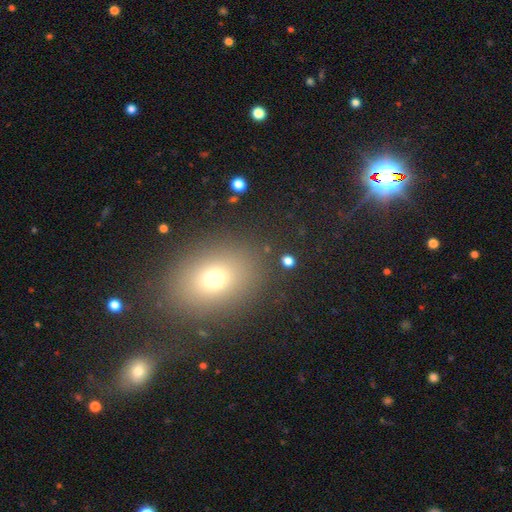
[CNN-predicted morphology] smooth_or_featured: smooth (p=0.65) [alt: star or artifact p=0.24]
how_rounded: in between (p=0.63) [alt: round p=0.36]
merging: none (p=0.83) [alt: minor disturbance p=0.09]